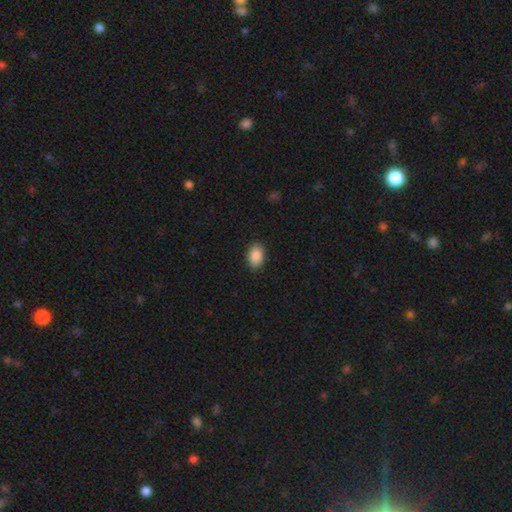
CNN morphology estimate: Smooth or featured? Predicted: smooth (p=0.89). How rounded? Predicted: in between (p=0.89). Merging? Predicted: none (p=0.89).